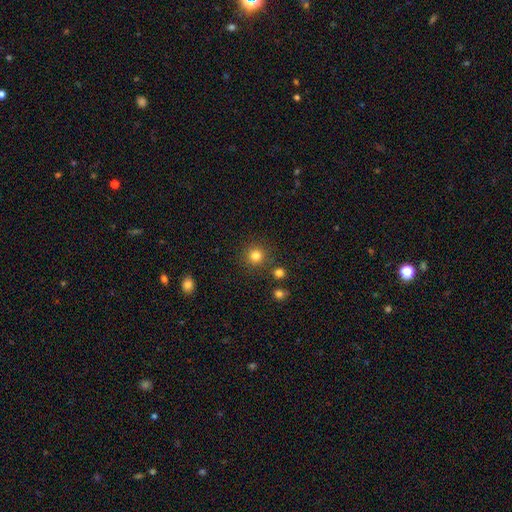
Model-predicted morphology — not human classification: type=smooth (82%); roundness=round (94%); merging=none (86%).